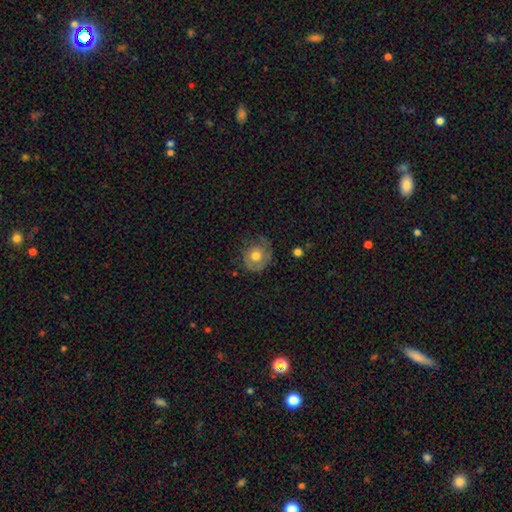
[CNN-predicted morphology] A smooth galaxy with no disk features (58%) that is round (78%).

Vote fractions:
- Smooth or featured? smooth: 58% / featured or disk: 35% / star or artifact: 8%
- How rounded? round: 78% / in between: 21% / cigar-shaped: 1%
- Merging? none: 55% / minor disturbance: 29% / major disturbance: 14% / merger: 2%